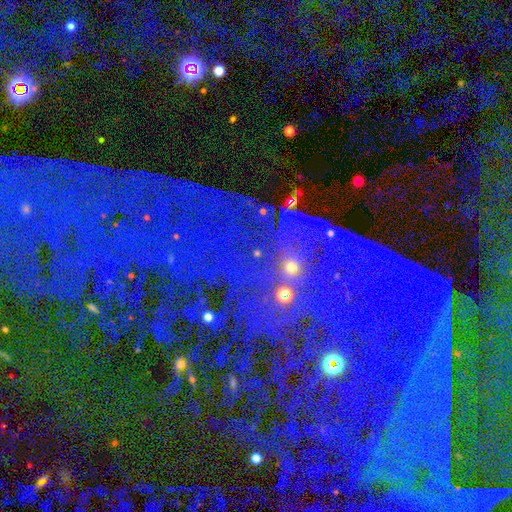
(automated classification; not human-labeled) Smooth or featured? star or artifact (85%)